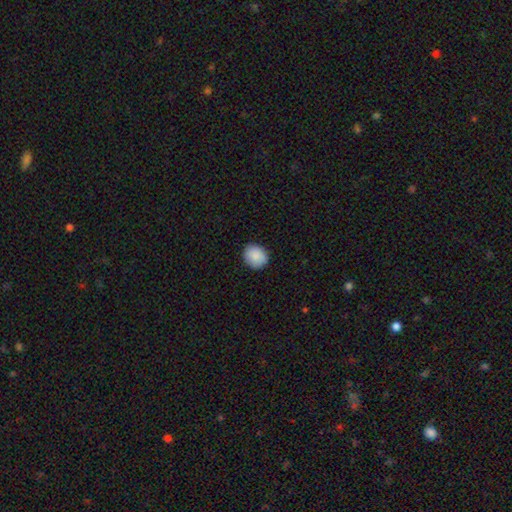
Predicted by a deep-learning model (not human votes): Overall: smooth (88%). How rounded: round (70%). Merging: none (87%).